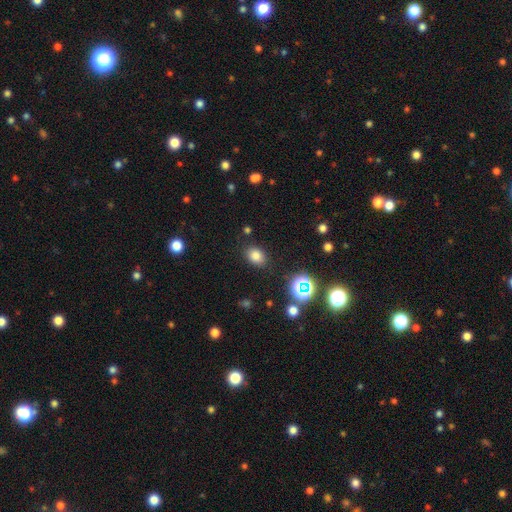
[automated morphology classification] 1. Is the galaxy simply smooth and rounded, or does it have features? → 78% smooth, 16% star or artifact, 6% featured or disk.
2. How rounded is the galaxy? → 63% in between, 36% round, 1% cigar-shaped.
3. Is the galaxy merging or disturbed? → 84% none, 10% minor disturbance, 3% major disturbance, 2% merger.